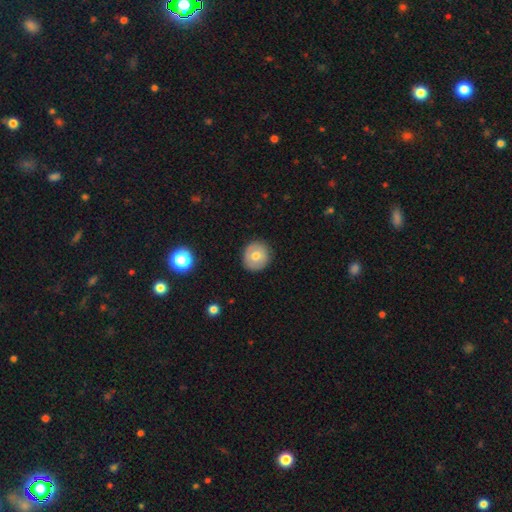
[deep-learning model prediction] Q: Smooth or featured?
A: smooth (69%); runner-up: featured or disk (23%)
Q: How rounded?
A: round (89%); runner-up: in between (10%)
Q: Merging?
A: none (89%); runner-up: minor disturbance (8%)